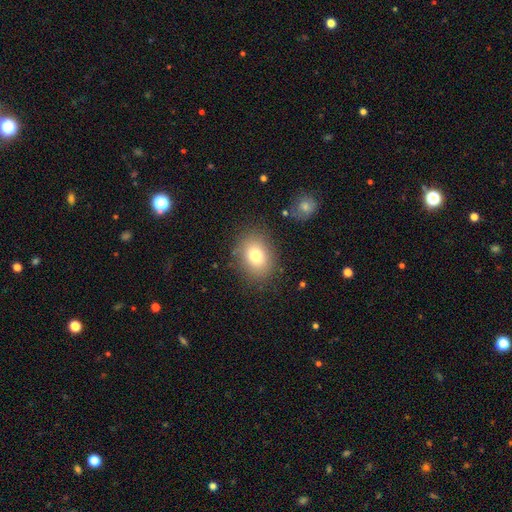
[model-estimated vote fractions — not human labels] Smooth or featured: smooth — 77% (featured or disk — 12%)
How rounded: in between — 58% (round — 41%)
Merging: none — 82% (minor disturbance — 11%)